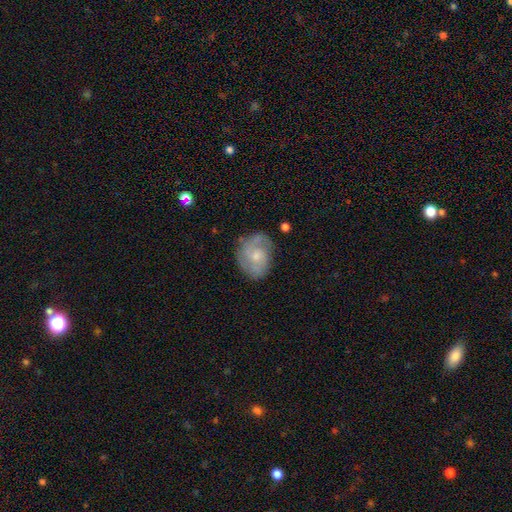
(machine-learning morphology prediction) The model was most divided on "spiral winding": medium: 43%, tight: 38%, loose: 18%. More confident: edge-on disk — no (97%); spiral arms — yes (86%); bar — no (71%); merging — none (65%); smooth or featured — featured or disk (65%); bulge size — small (55%); spiral arm count — 2 (51%).